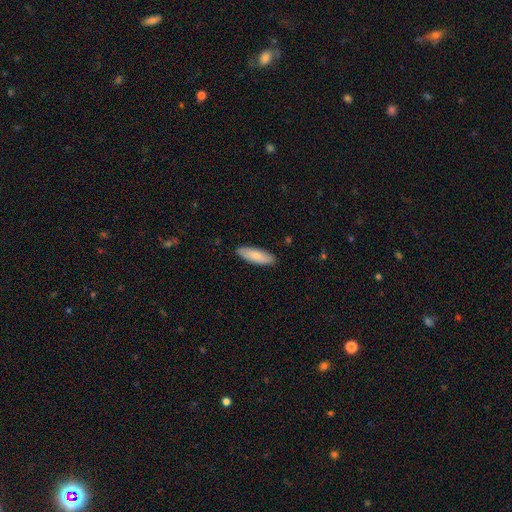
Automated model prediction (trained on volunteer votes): The model was most divided on "how rounded": in between: 54%, cigar-shaped: 45%, round: 2%. More confident: merging — none (89%); smooth or featured — smooth (82%).